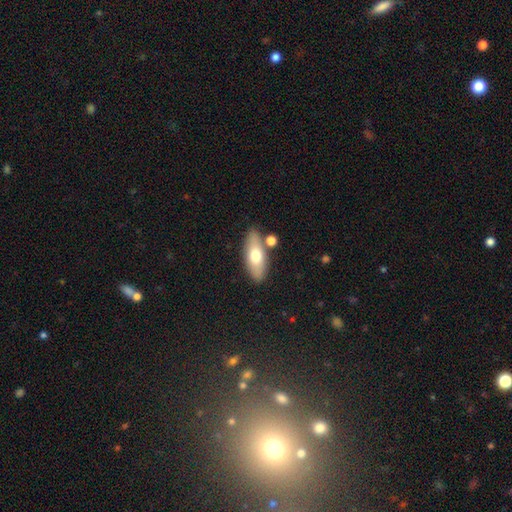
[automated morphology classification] type=smooth (66%); roundness=in between (74%); merging=none (78%).